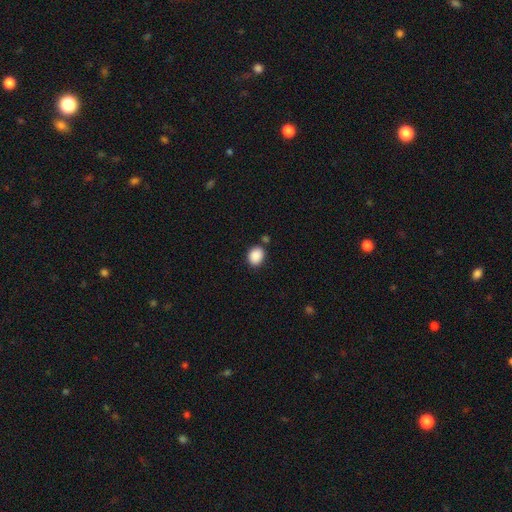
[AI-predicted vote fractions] Morphology: type=smooth (89%); roundness=in between (52%); merging=none (79%).